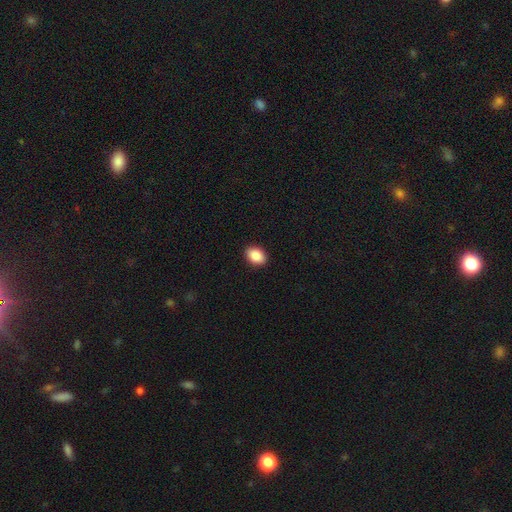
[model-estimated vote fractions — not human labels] Overall: smooth (88%). How rounded: in between (77%). Merging: none (91%).